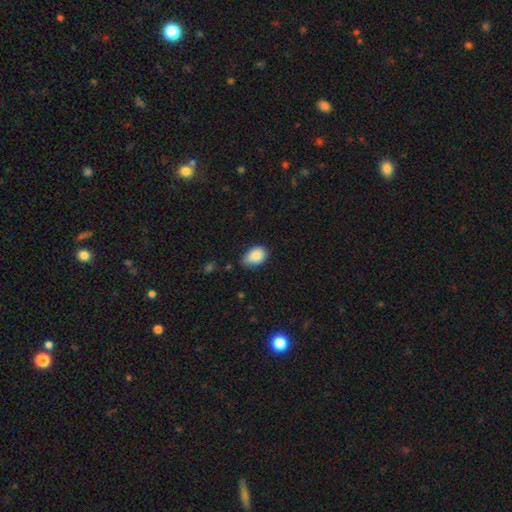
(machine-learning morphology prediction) Q: Smooth or featured?
A: smooth (89%); runner-up: star or artifact (7%)
Q: How rounded?
A: in between (84%); runner-up: round (15%)
Q: Merging?
A: none (63%); runner-up: minor disturbance (31%)